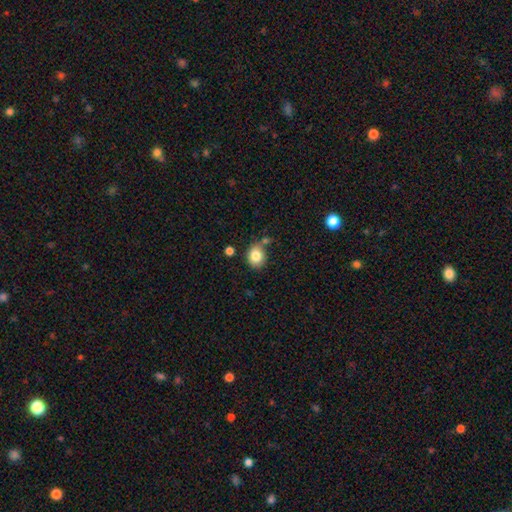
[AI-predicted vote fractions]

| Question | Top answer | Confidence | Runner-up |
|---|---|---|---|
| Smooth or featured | smooth | 82% | star or artifact (10%) |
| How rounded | round | 63% | in between (36%) |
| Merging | none | 69% | minor disturbance (17%) |